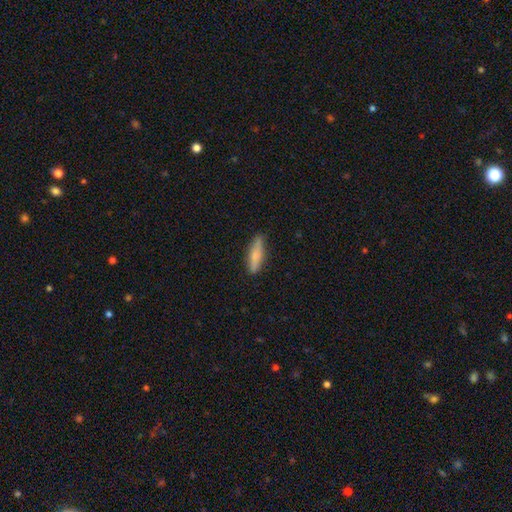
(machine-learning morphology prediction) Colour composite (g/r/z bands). It shows a smooth galaxy with no disk features (74%) that is cigar-shaped (74%). Merging: none (84%).